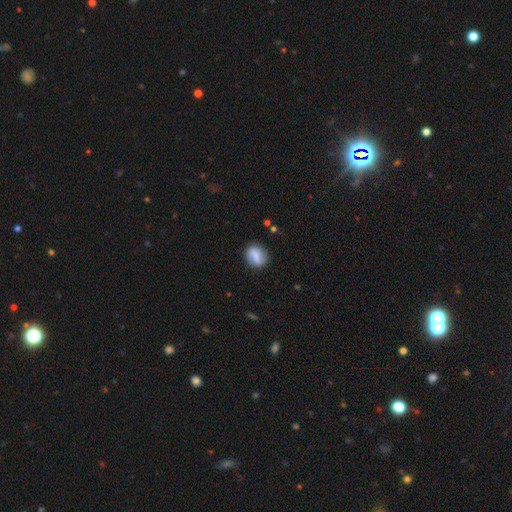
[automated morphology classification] Overall: smooth (58%; featured or disk 34%). How rounded: round (57%; in between 40%). Merging: none (81%).